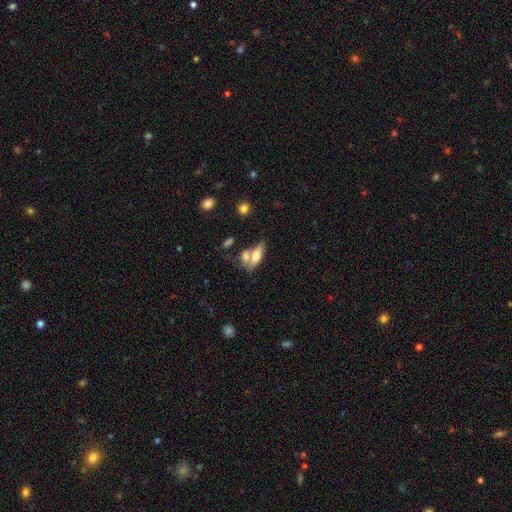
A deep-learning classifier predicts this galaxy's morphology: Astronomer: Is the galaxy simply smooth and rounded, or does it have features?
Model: smooth — 66%.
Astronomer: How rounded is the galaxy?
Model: in between — 77%.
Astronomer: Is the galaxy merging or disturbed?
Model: merger — 50% (runner-up: none, 32%).